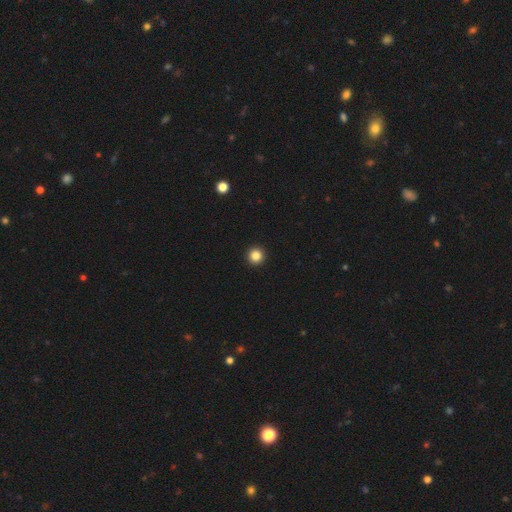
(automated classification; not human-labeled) This is clearly a smooth galaxy (85%). How rounded: clearly round (96%). Merging: clearly none (95%).